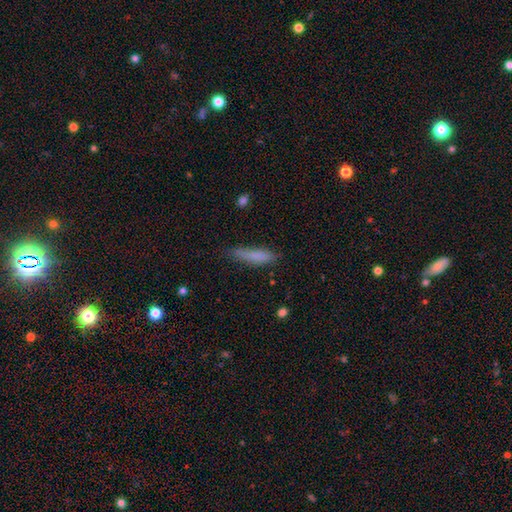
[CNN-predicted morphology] A smooth galaxy with no disk features (79%) that is cigar-shaped (82%).

Vote fractions:
- Smooth or featured? smooth: 79% / featured or disk: 13% / star or artifact: 7%
- How rounded? cigar-shaped: 82% / in between: 16% / round: 2%
- Merging? none: 70% / minor disturbance: 23% / major disturbance: 5% / merger: 2%